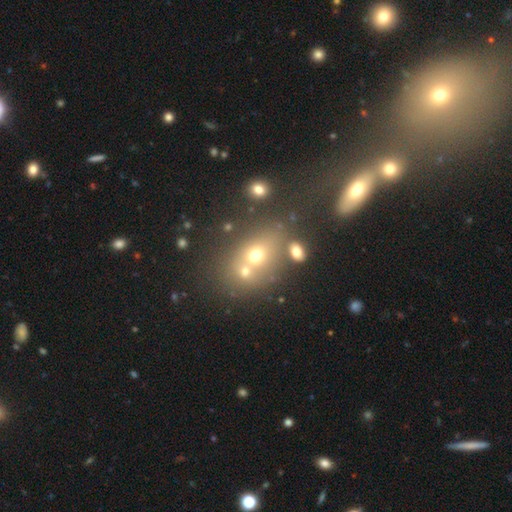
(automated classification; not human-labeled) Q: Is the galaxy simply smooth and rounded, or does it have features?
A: smooth — 58%.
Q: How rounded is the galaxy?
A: in between — 51%.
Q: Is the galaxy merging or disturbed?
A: merger — 42%.